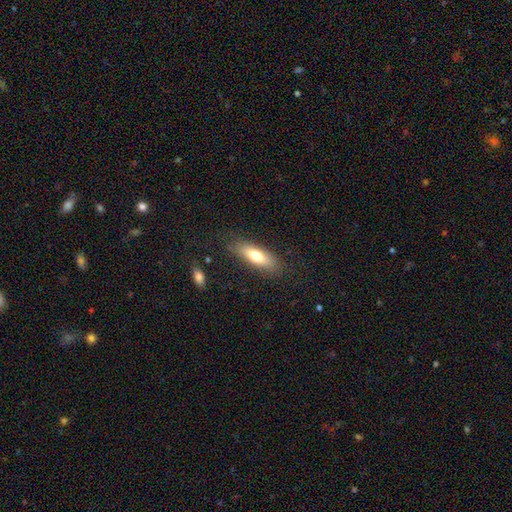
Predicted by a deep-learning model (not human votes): Morphology: type=smooth (68%); roundness=in between (54%); merging=none (82%).